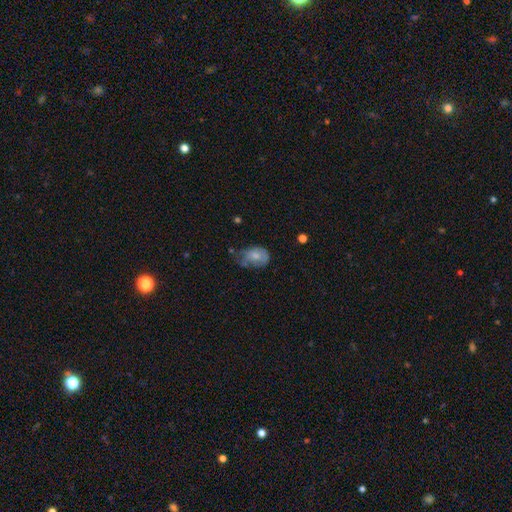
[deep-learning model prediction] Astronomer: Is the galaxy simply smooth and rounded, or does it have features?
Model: smooth — 65%.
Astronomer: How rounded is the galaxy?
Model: in between — 73%.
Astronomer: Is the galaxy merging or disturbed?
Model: minor disturbance — 40% (runner-up: none, 32%).